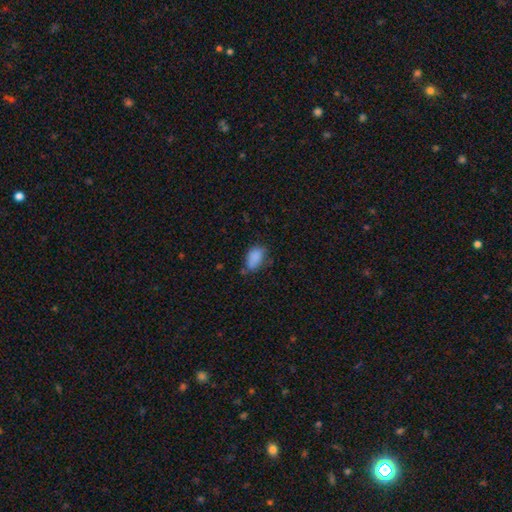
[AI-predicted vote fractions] smooth-or-featured: smooth: 83% | star or artifact: 9% | featured or disk: 7%
  how-rounded: in between: 87% | round: 11% | cigar-shaped: 2%
  merging: none: 52% | minor disturbance: 33% | major disturbance: 10% | merger: 5%